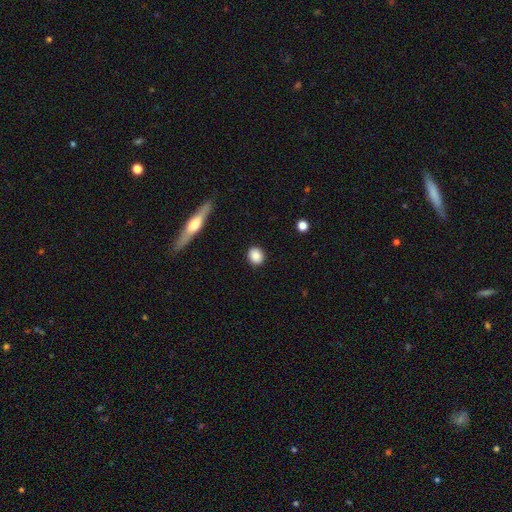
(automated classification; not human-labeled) Smooth or featured?
  - smooth: 87% *
  - star or artifact: 9%
  - featured or disk: 5%
How rounded?
  - round: 70% *
  - in between: 28%
  - cigar-shaped: 2%
Merging?
  - none: 89% *
  - minor disturbance: 7%
  - major disturbance: 2%
  - merger: 1%